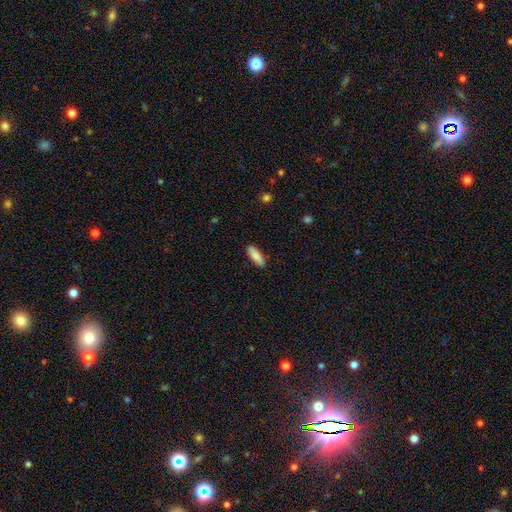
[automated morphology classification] A smooth galaxy with no disk features (86%) that is in between round and cigar-shaped (59%). Merging: none (88%).